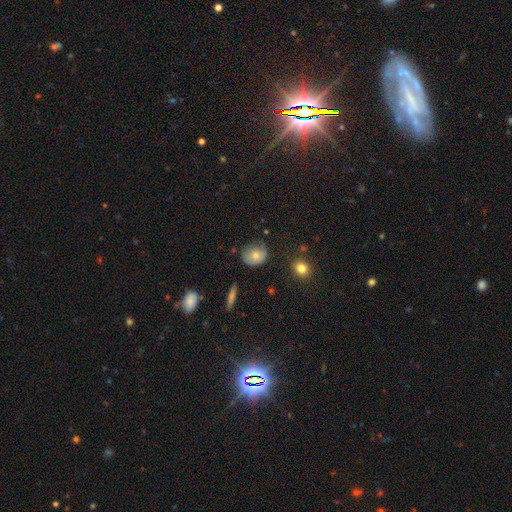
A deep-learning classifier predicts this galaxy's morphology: This is likely a smooth galaxy (70%). How rounded: possibly round (59%). Merging: likely none (62%).